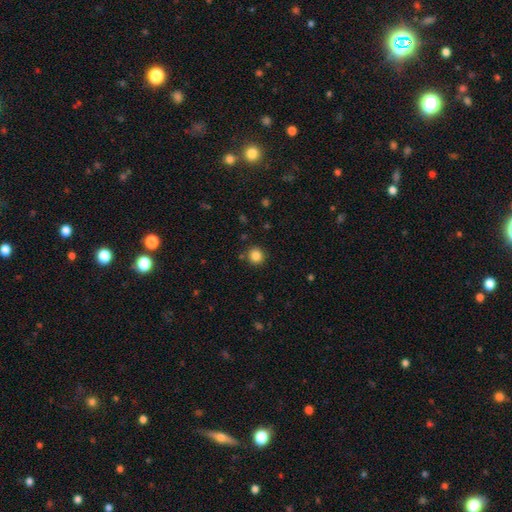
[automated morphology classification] Smooth or featured: smooth — 85% (star or artifact — 11%)
How rounded: round — 92% (in between — 7%)
Merging: none — 88% (minor disturbance — 7%)